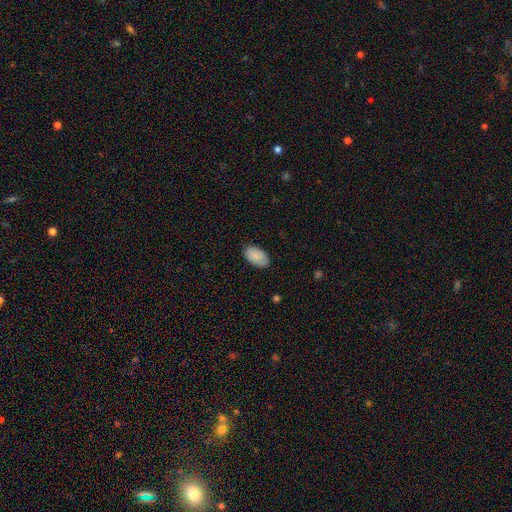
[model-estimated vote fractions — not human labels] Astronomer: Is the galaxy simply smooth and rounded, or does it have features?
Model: smooth — 86%.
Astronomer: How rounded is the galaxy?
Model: in between — 94%.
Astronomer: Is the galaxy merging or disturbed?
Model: none — 82%.